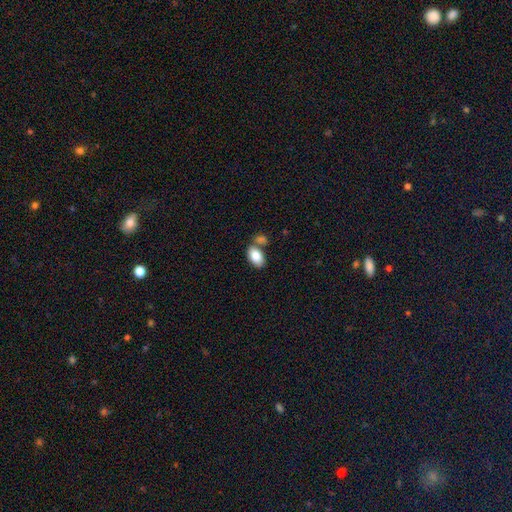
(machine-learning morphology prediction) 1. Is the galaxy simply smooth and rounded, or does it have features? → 84% smooth, 10% featured or disk, 7% star or artifact.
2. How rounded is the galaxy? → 92% in between, 7% round, 1% cigar-shaped.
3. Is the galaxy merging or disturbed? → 57% none, 27% merger, 12% minor disturbance, 4% major disturbance.